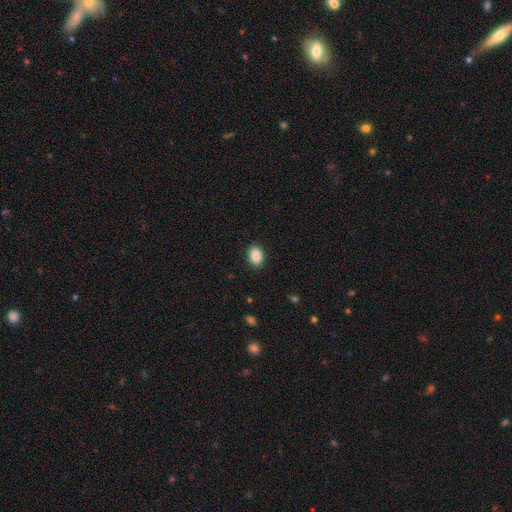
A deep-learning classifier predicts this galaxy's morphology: The model was most divided on "how rounded": in between: 76%, round: 23%, cigar-shaped: 1%. More confident: merging — none (89%); smooth or featured — smooth (88%).